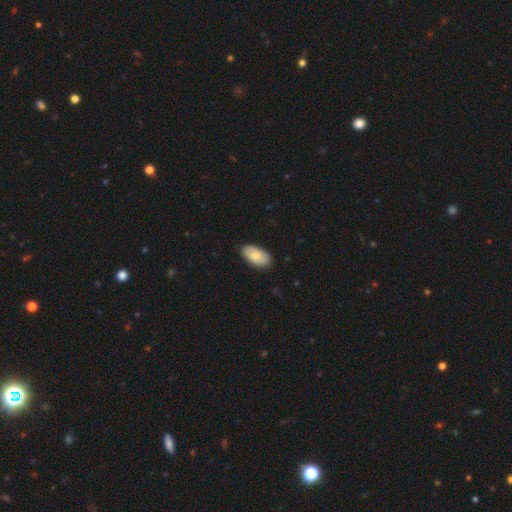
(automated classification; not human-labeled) Smooth or featured: smooth — 72% (featured or disk — 22%)
How rounded: in between — 95% (round — 3%)
Merging: none — 83% (minor disturbance — 13%)